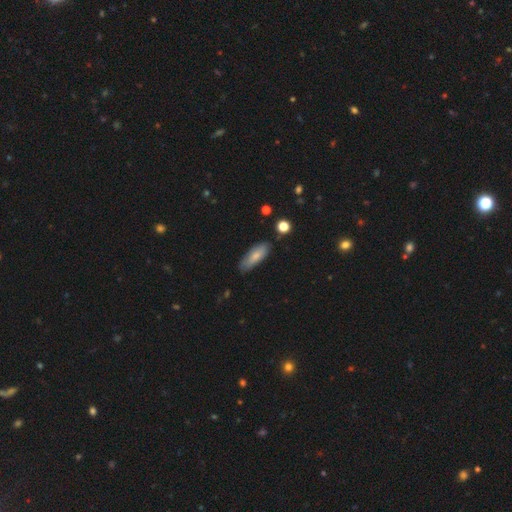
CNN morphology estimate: smooth_or_featured: smooth (p=0.78) [alt: featured or disk p=0.16]
how_rounded: in between (p=0.63) [alt: cigar-shaped p=0.35]
merging: none (p=0.77) [alt: minor disturbance p=0.18]